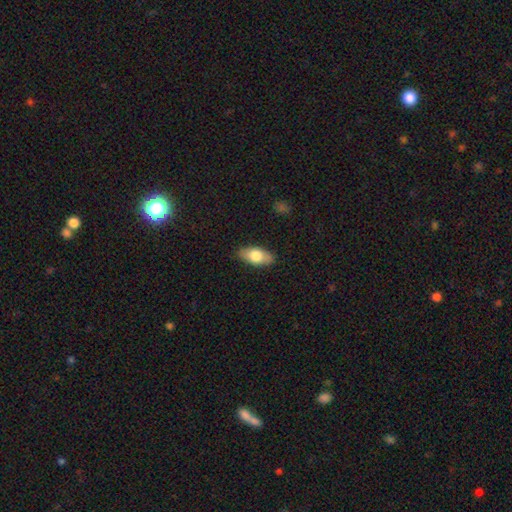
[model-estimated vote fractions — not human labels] The model was most divided on "smooth or featured": smooth: 73%, featured or disk: 21%, star or artifact: 6%. More confident: how rounded — in between (88%); merging — none (87%).